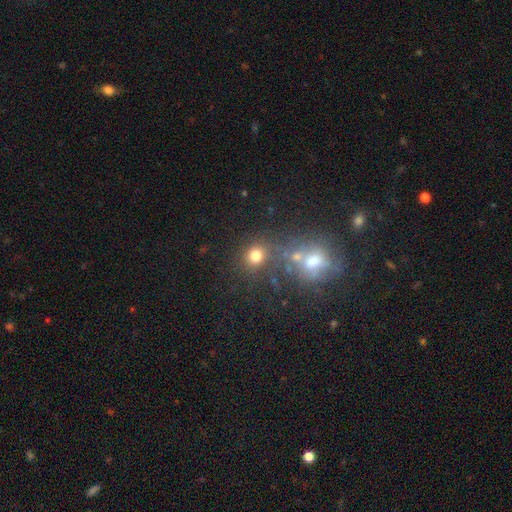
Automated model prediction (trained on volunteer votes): smooth 74%, star or artifact 17%, featured or disk 9%. Down the decision tree: how rounded — round (82%); merging — none (61%).